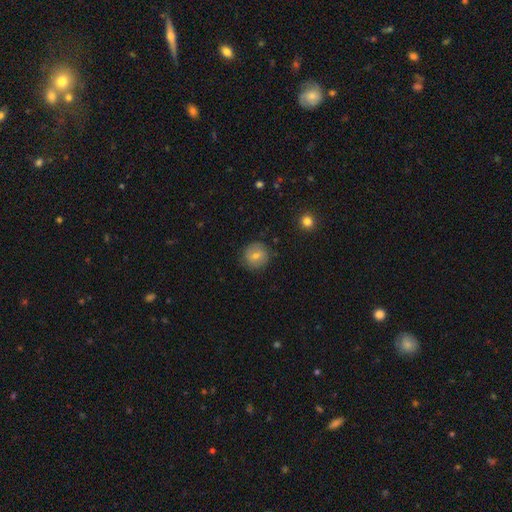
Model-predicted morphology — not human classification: smooth-or-featured: smooth: 58% | featured or disk: 30% | star or artifact: 12%
  how-rounded: round: 92% | in between: 7% | cigar-shaped: 1%
  merging: none: 86% | minor disturbance: 10% | major disturbance: 3% | merger: 1%